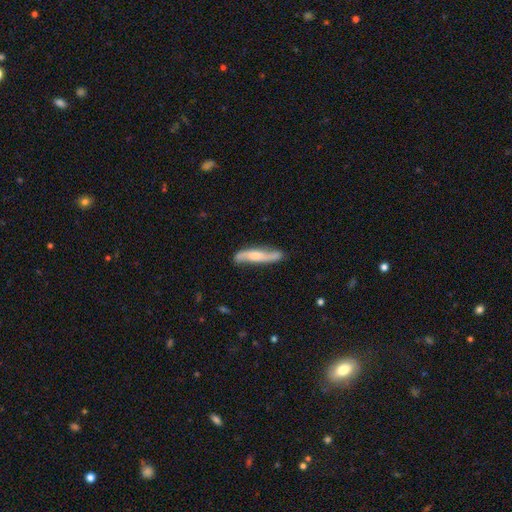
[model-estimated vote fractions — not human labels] This is possibly a featured or disk galaxy (60%). It is possibly not viewed edge-on (56%). Merging: likely none (74%).